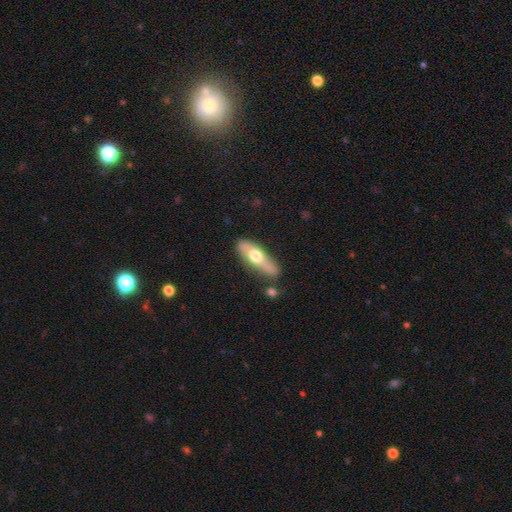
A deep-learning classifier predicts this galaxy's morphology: smooth 51%, featured or disk 44%, star or artifact 5%. Down the decision tree: how rounded — in between (55%); merging — none (70%).